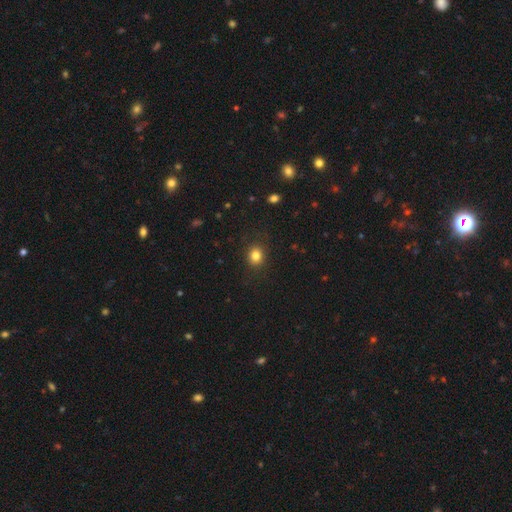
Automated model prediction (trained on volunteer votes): smooth_or_featured: smooth (p=0.83) [alt: star or artifact p=0.12]
how_rounded: round (p=0.71) [alt: in between p=0.28]
merging: none (p=0.87) [alt: minor disturbance p=0.09]